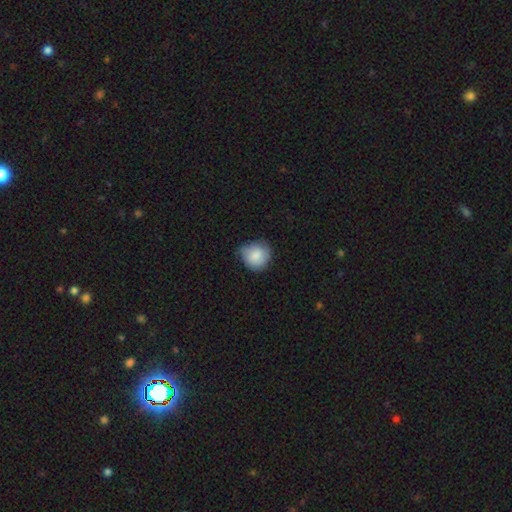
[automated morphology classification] Smooth or featured? smooth (81%)
How rounded? round (85%)
Merging? none (61%)